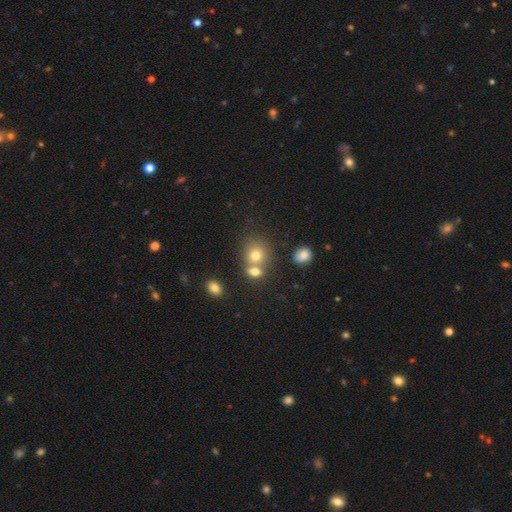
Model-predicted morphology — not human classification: smooth-or-featured: smooth: 75% | star or artifact: 14% | featured or disk: 11%
  how-rounded: round: 75% | in between: 24% | cigar-shaped: 1%
  merging: none: 48% | merger: 40% | minor disturbance: 9% | major disturbance: 4%